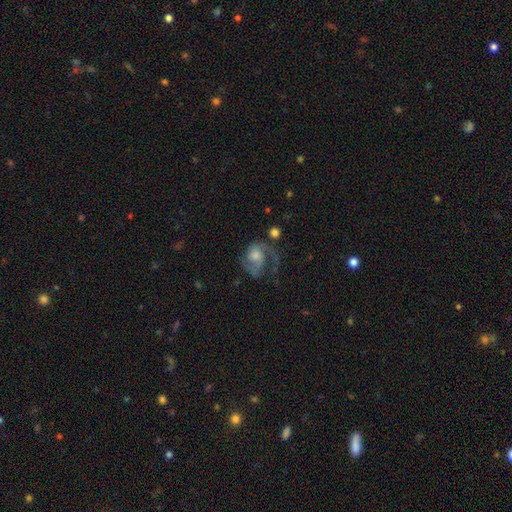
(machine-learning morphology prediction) A featured or disk galaxy (73%) with no bar (70%), 2 (58%) medium (47%) spiral arms (90%) and a moderate central bulge (41%). Merging: none (39%).